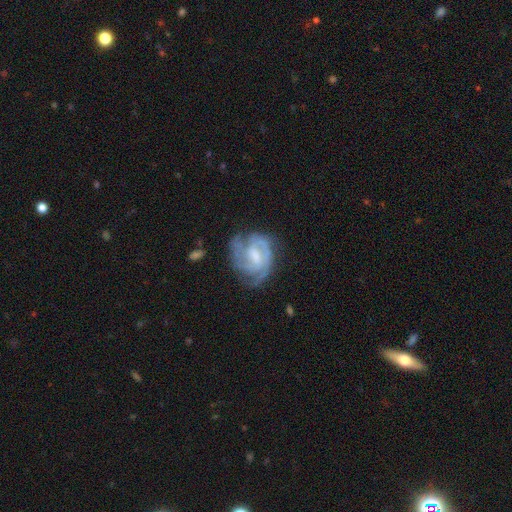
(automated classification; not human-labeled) Smooth or featured? featured or disk (82%)
Edge-on disk? no (98%)
Bar? weak (55%)
Spiral arms? yes (93%)
Spiral winding? tight (54%)
Spiral arm count? 2 (37%)
Bulge size? moderate (45%)
Merging? none (58%)